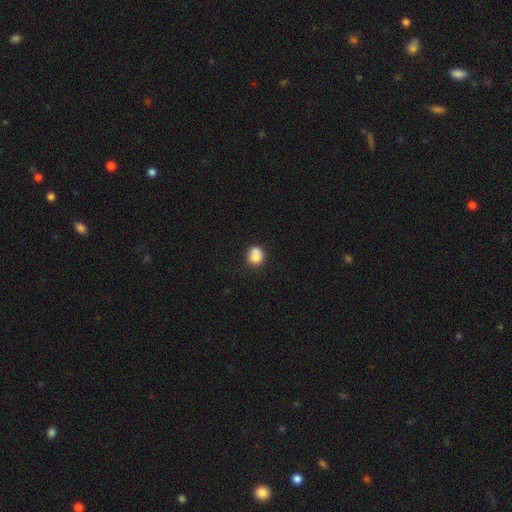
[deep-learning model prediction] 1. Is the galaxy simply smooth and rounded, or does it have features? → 75% smooth, 15% featured or disk, 10% star or artifact.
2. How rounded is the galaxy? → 71% round, 28% in between, 1% cigar-shaped.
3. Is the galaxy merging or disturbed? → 42% merger, 38% none, 15% minor disturbance, 6% major disturbance.